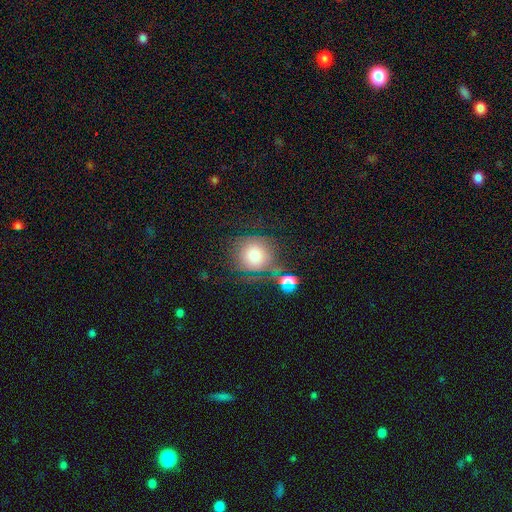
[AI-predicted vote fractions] Smooth or featured? Predicted: smooth (p=0.67). How rounded? Predicted: round (p=0.86). Merging? Predicted: none (p=0.57).